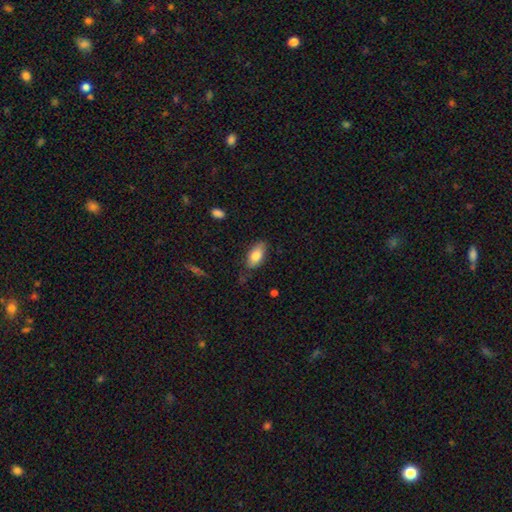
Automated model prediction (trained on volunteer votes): Smooth or featured? smooth (79%)
How rounded? in between (89%)
Merging? none (77%)